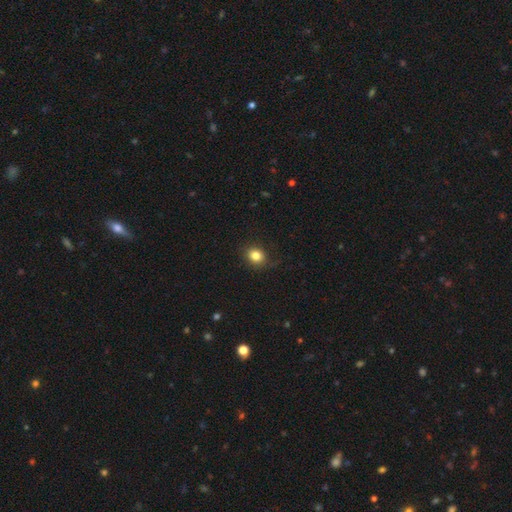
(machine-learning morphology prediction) smooth 83%, star or artifact 11%, featured or disk 6%. Down the decision tree: how rounded — round (70%); merging — none (83%).